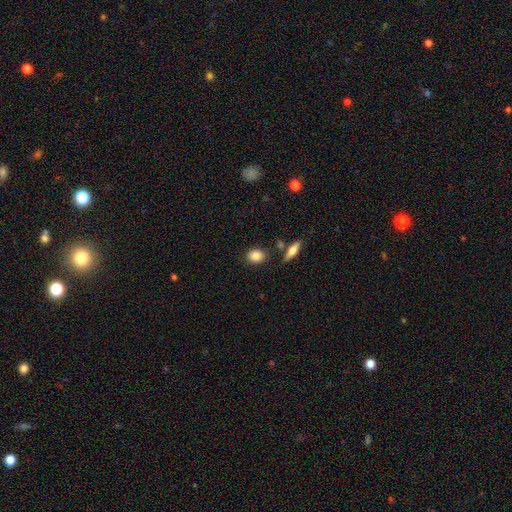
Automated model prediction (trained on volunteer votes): Smooth or featured?
  - smooth: 84% *
  - star or artifact: 8%
  - featured or disk: 8%
How rounded?
  - round: 53% *
  - in between: 44%
  - cigar-shaped: 3%
Merging?
  - none: 82% *
  - minor disturbance: 10%
  - merger: 5%
  - major disturbance: 3%